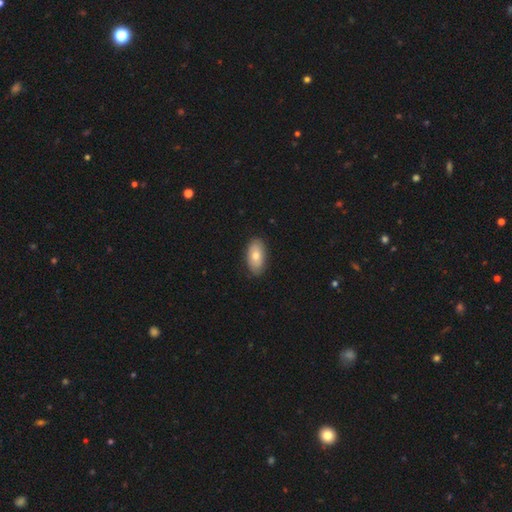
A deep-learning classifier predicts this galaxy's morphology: Smooth or featured: smooth — 74% (featured or disk — 21%)
How rounded: in between — 94% (round — 3%)
Merging: none — 86% (minor disturbance — 11%)